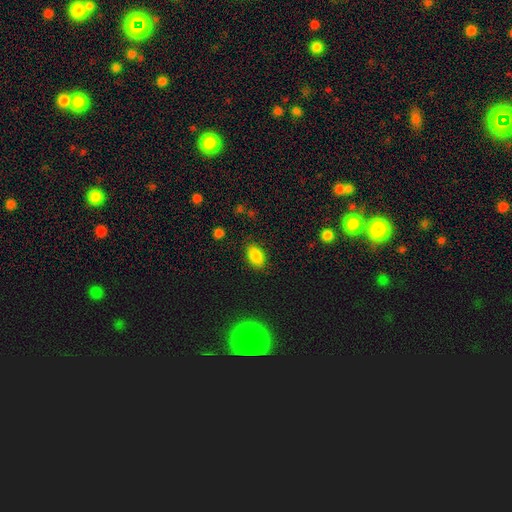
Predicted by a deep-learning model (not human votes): smooth-or-featured: smooth: 86% | star or artifact: 10% | featured or disk: 5%
  how-rounded: in between: 90% | round: 8% | cigar-shaped: 2%
  merging: none: 85% | minor disturbance: 11% | major disturbance: 3% | merger: 1%